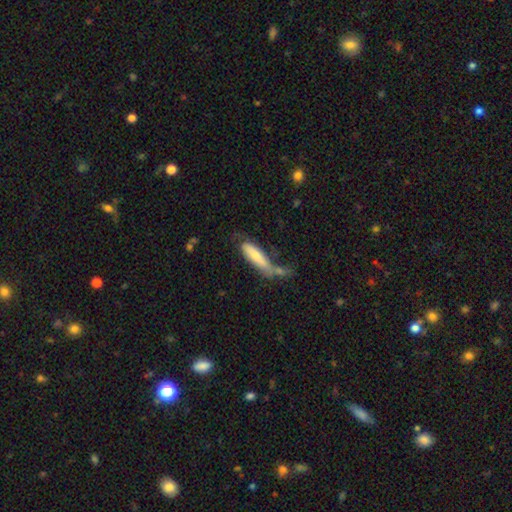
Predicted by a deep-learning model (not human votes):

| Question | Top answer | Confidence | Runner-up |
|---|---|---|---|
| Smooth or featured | smooth | 63% | featured or disk (31%) |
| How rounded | cigar-shaped | 60% | in between (38%) |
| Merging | none | 31% | minor disturbance (25%) |